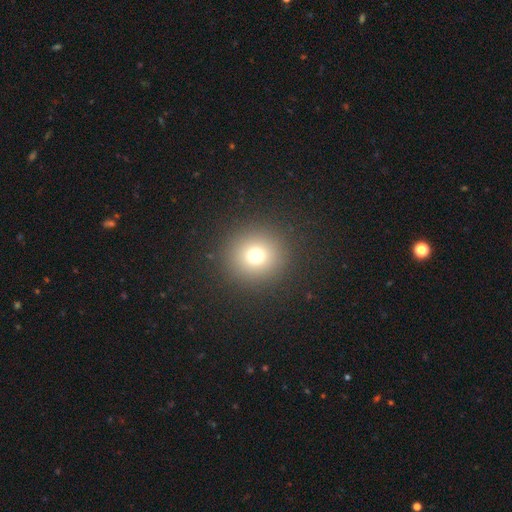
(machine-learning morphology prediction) Smooth or featured?
  - smooth: 71% *
  - star or artifact: 20%
  - featured or disk: 9%
How rounded?
  - round: 93% *
  - in between: 6%
  - cigar-shaped: 1%
Merging?
  - none: 90% *
  - minor disturbance: 5%
  - major disturbance: 3%
  - merger: 1%